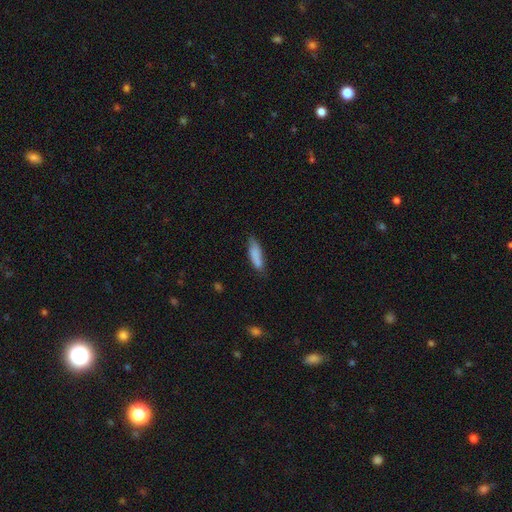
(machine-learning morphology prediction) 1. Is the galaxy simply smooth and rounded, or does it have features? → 81% smooth, 12% featured or disk, 7% star or artifact.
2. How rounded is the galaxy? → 52% in between, 46% cigar-shaped, 2% round.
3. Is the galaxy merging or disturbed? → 64% none, 26% minor disturbance, 6% major disturbance, 3% merger.